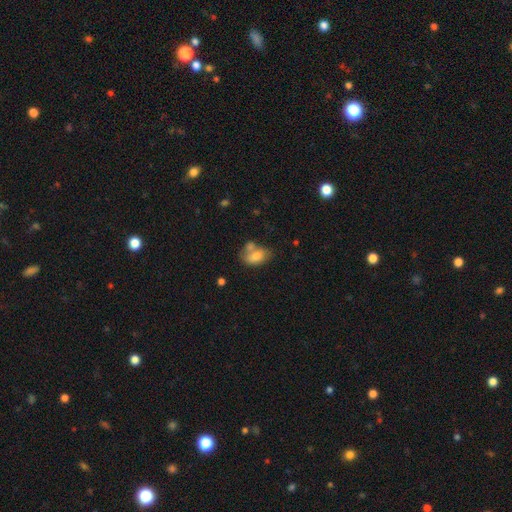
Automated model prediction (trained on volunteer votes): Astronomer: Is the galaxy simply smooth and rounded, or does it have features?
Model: smooth — 73%.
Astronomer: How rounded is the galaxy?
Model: in between — 85%.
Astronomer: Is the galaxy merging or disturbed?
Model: merger — 40% (runner-up: none, 32%).